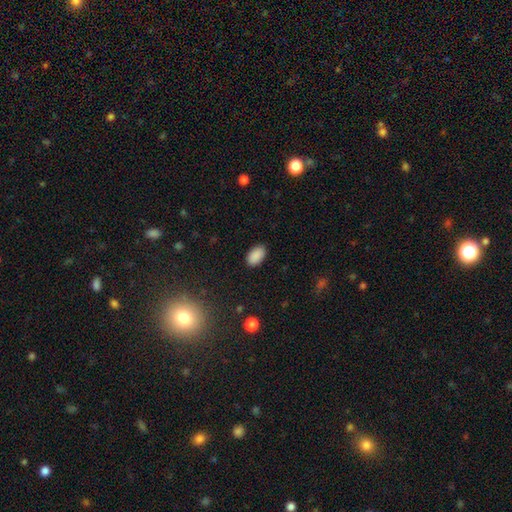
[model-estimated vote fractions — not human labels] Overall: smooth (89%). How rounded: in between (94%). Merging: none (88%).